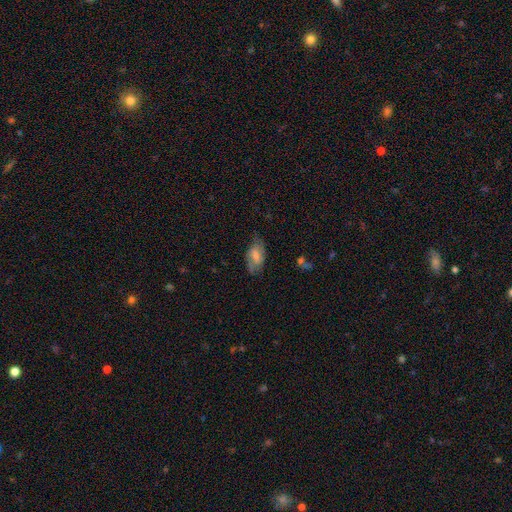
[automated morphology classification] This is possibly a smooth galaxy (49%). Merging: likely none (65%).